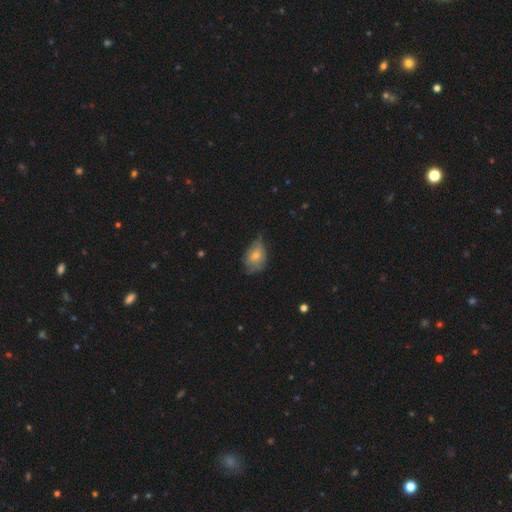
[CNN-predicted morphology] smooth_or_featured: smooth (p=0.68) [alt: featured or disk p=0.24]
how_rounded: in between (p=0.74) [alt: round p=0.25]
merging: minor disturbance (p=0.44) [alt: none p=0.40]